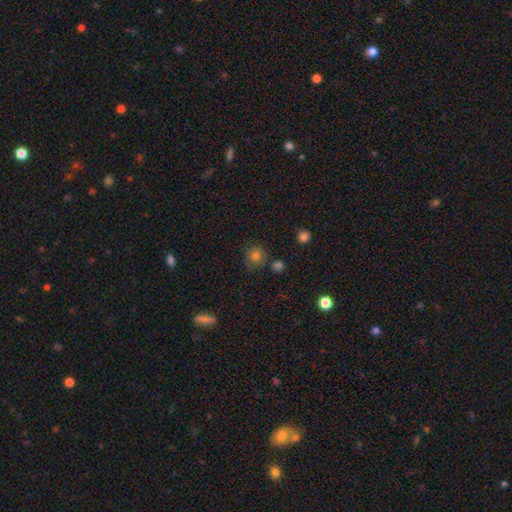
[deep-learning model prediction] A smooth galaxy with no disk features (77%) that is round (89%).

Vote fractions:
- Smooth or featured? smooth: 77% / star or artifact: 15% / featured or disk: 8%
- How rounded? round: 89% / in between: 10% / cigar-shaped: 1%
- Merging? none: 74% / minor disturbance: 14% / merger: 8% / major disturbance: 4%